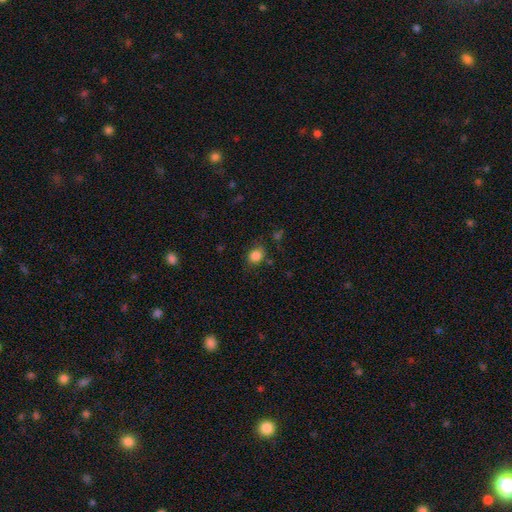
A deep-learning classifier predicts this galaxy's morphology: This is clearly a smooth galaxy (84%). How rounded: possibly round (56%). Merging: likely none (77%).